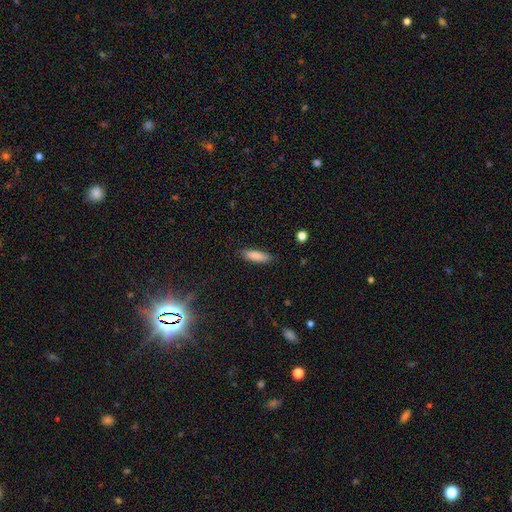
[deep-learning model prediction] smooth_or_featured: smooth (p=0.86) [alt: featured or disk p=0.07]
how_rounded: cigar-shaped (p=0.52) [alt: in between p=0.47]
merging: none (p=0.86) [alt: minor disturbance p=0.11]